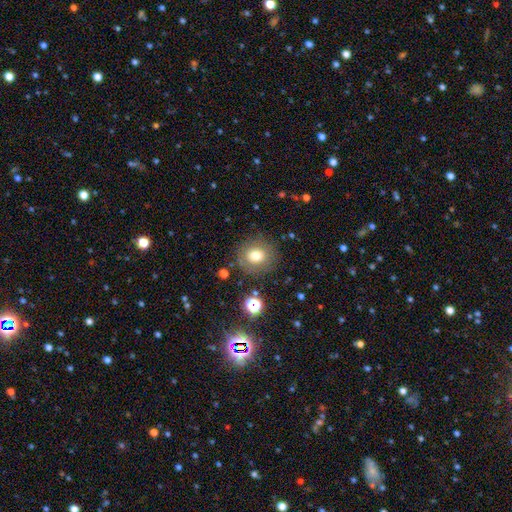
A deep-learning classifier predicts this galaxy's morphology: Q: Smooth or featured?
A: smooth (73%); runner-up: star or artifact (13%)
Q: How rounded?
A: round (86%); runner-up: in between (13%)
Q: Merging?
A: none (83%); runner-up: minor disturbance (10%)